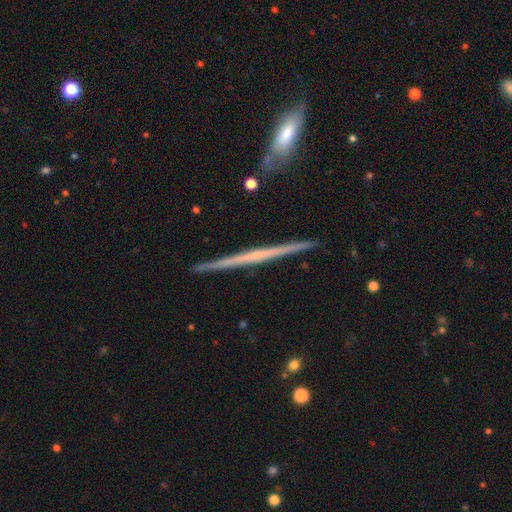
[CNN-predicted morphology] type=featured or disk (70%); edge-on=yes (98%); edge-on bulge=none (77%); merging=none (91%).